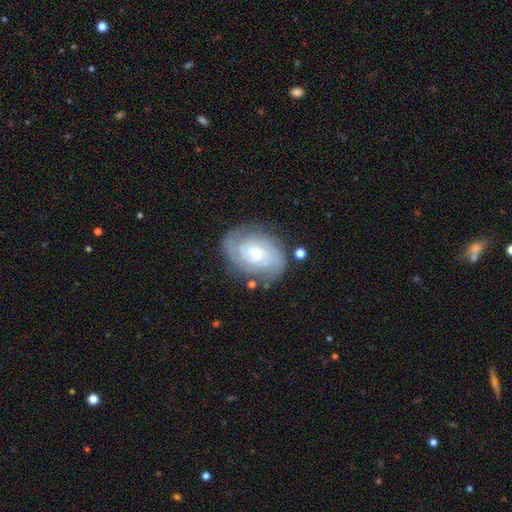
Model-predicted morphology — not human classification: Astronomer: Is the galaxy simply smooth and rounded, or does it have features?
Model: featured or disk — 82%.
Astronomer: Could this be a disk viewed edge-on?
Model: no — 97%.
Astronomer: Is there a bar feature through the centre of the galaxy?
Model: no — 69%.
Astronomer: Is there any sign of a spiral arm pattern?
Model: yes — 95%.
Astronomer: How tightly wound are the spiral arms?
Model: tight — 68%.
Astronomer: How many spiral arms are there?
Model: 2 — 41% (runner-up: can't tell, 28%).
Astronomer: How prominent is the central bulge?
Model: small — 59%.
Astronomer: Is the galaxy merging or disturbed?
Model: none — 73%.